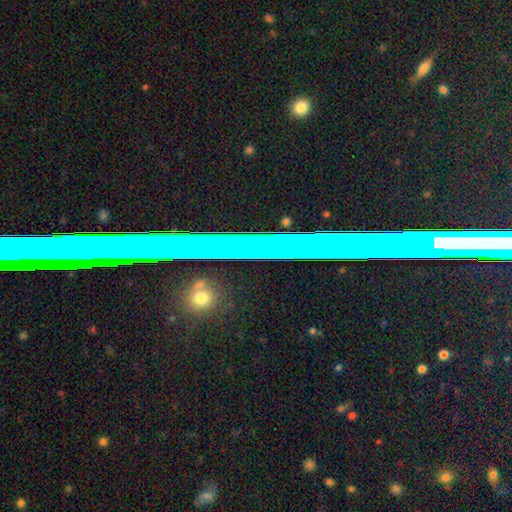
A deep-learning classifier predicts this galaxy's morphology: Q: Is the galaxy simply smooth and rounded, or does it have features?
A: star or artifact — 78%.